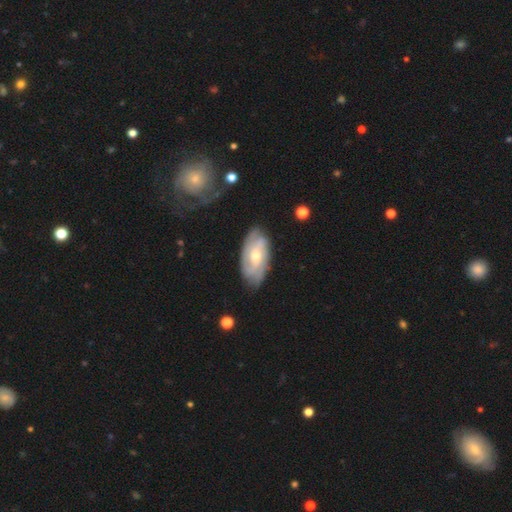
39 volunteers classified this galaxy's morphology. Smooth or featured?
  - featured or disk: 82% *
  - smooth: 18%
  - star or artifact: 0%
Edge-on disk?
  - no: 97% *
  - yes: 3%
Bar?
  - no: 48% *
  - weak: 29%
  - strong: 23%
Spiral arms?
  - yes: 90% *
  - no: 10%
Spiral winding?
  - tight: 43% *
  - medium: 36%
  - loose: 21%
Spiral arm count?
  - 2: 93% *
  - can't tell: 7%
  - 1: 0%
  - 3: 0%
  - 4: 0%
  - more than 4: 0%
Bulge size?
  - moderate: 84% *
  - small: 13%
  - none: 3%
  - dominant: 0%
  - large: 0%
Merging?
  - none: 82% *
  - minor disturbance: 13%
  - major disturbance: 5%
  - merger: 0%